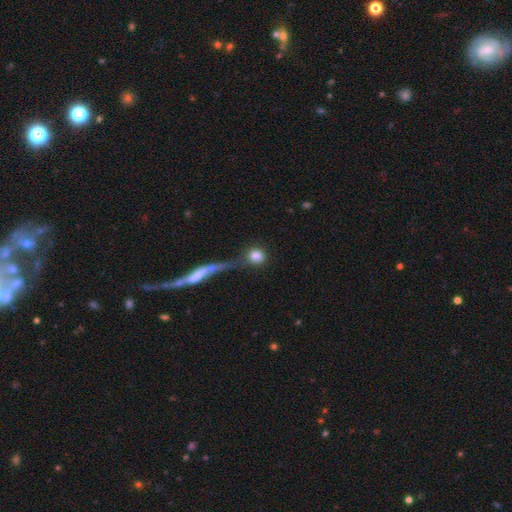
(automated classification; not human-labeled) Smooth or featured? smooth (82%)
How rounded? round (69%)
Merging? none (45%)